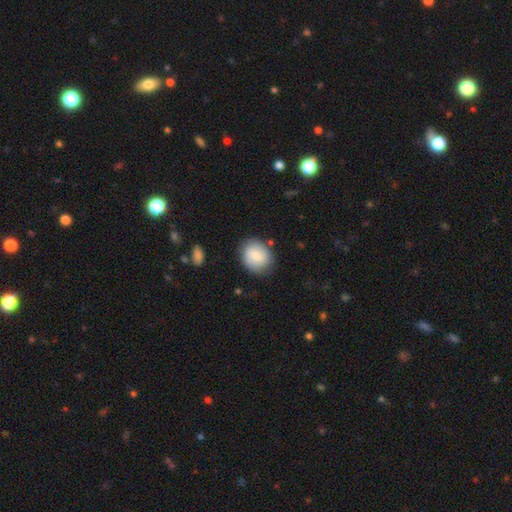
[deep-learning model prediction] This is likely a smooth galaxy (70%). How rounded: likely round (66%). Merging: likely none (80%).